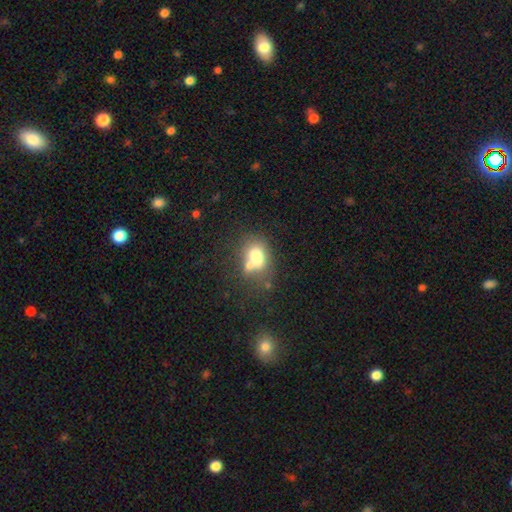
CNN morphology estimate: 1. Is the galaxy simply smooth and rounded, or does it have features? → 70% smooth, 19% featured or disk, 11% star or artifact.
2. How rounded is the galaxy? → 68% in between, 30% round, 2% cigar-shaped.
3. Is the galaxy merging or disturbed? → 42% merger, 34% none, 15% minor disturbance, 9% major disturbance.